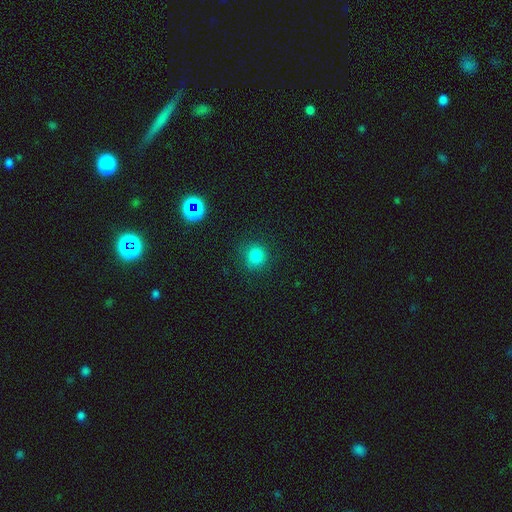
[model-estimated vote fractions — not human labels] This appears to be a smooth galaxy with no disk features (82%) that is round (90%). Merging: none (86%).